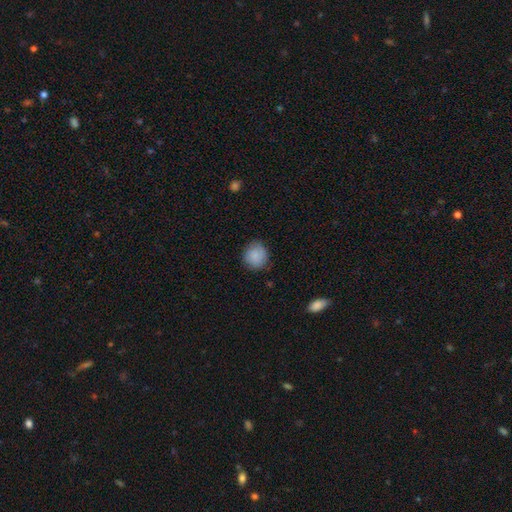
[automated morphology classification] smooth 85%, featured or disk 8%, star or artifact 7%. Down the decision tree: how rounded — round (87%); merging — none (80%).